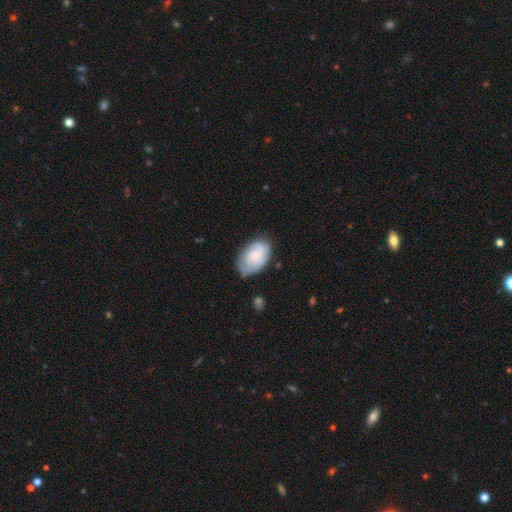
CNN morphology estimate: Smooth or featured: smooth — 55% (featured or disk — 38%)
How rounded: in between — 90% (round — 9%)
Merging: none — 68% (minor disturbance — 24%)